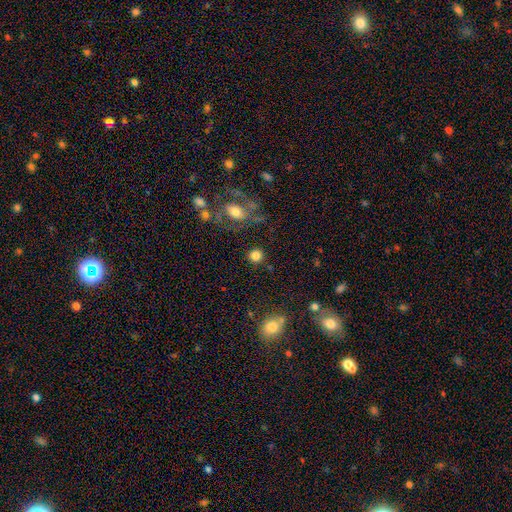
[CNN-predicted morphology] The model was most divided on "smooth or featured": smooth: 82%, star or artifact: 11%, featured or disk: 7%. More confident: how rounded — round (90%); merging — none (85%).